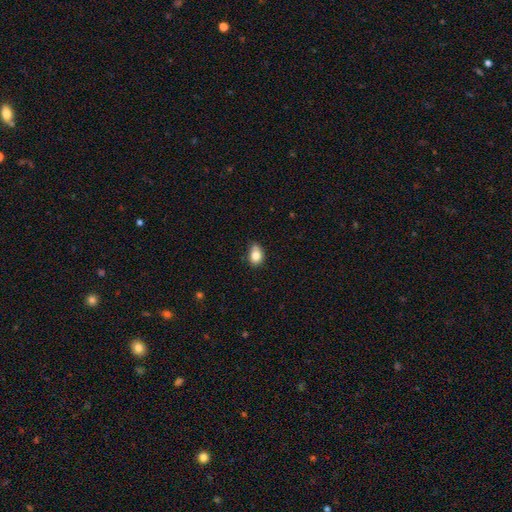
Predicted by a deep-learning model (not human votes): Q: Smooth or featured?
A: smooth (81%); runner-up: featured or disk (10%)
Q: How rounded?
A: in between (70%); runner-up: round (28%)
Q: Merging?
A: none (55%); runner-up: minor disturbance (35%)